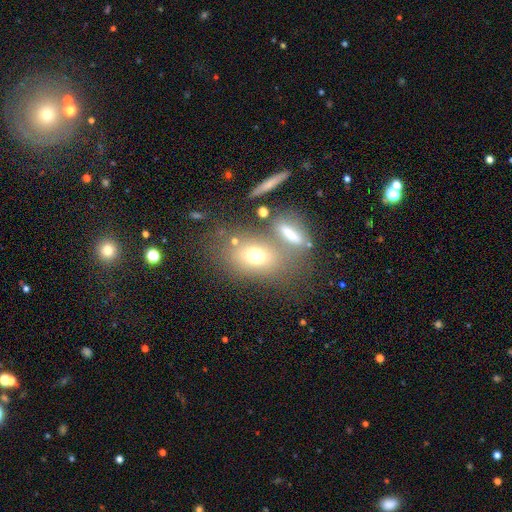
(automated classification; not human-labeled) Smooth or featured?
  - smooth: 69% *
  - featured or disk: 18%
  - star or artifact: 13%
How rounded?
  - in between: 69% *
  - round: 27%
  - cigar-shaped: 4%
Merging?
  - none: 55% *
  - merger: 23%
  - minor disturbance: 14%
  - major disturbance: 9%